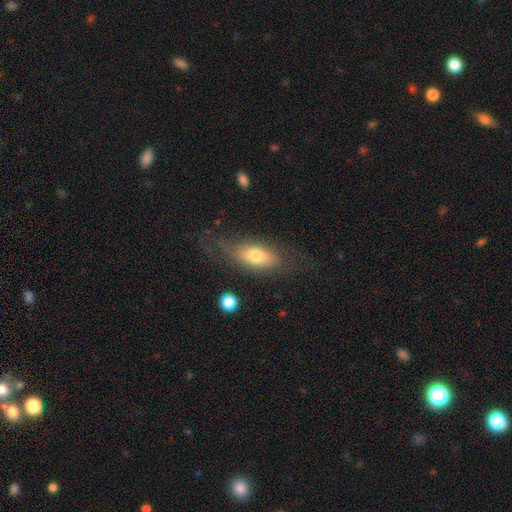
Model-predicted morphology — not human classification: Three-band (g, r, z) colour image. It shows a smooth galaxy with no disk features (58%) that is in between round and cigar-shaped (76%). Merging: none (60%).